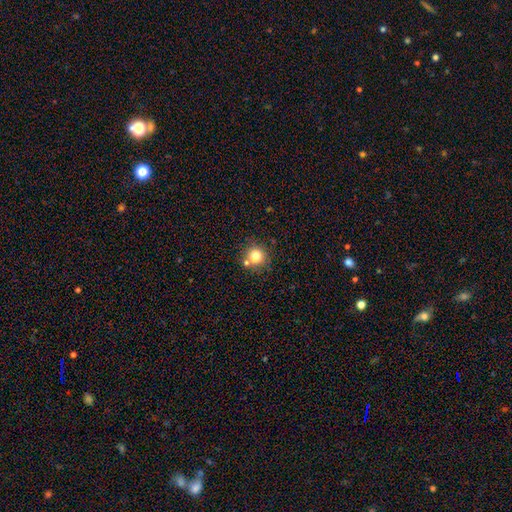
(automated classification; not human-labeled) Overall: smooth (79%). How rounded: round (90%). Merging: none (69%).